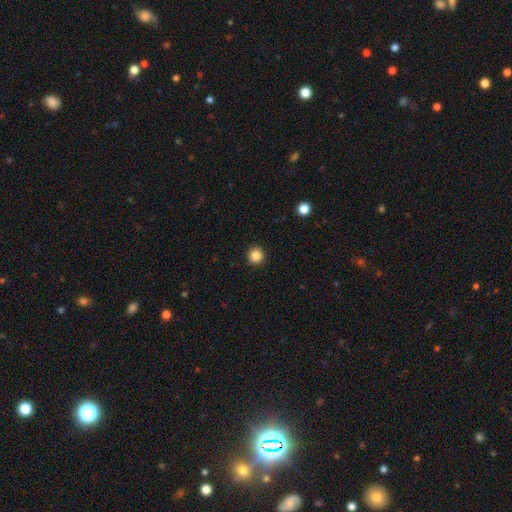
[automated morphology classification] Q: Smooth or featured?
A: smooth (85%); runner-up: star or artifact (11%)
Q: How rounded?
A: round (95%); runner-up: in between (4%)
Q: Merging?
A: none (93%); runner-up: minor disturbance (4%)